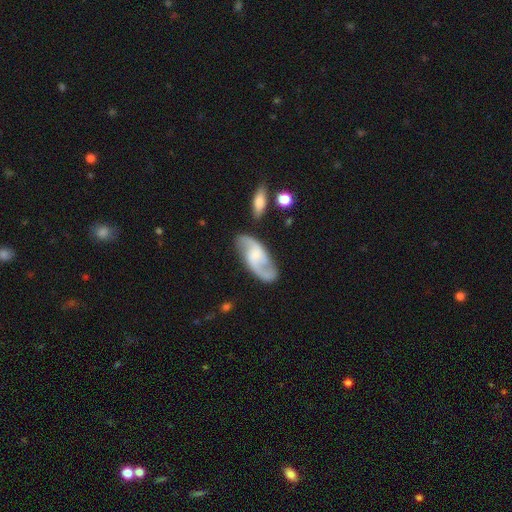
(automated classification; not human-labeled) A featured or disk galaxy (81%) with no bar (44%, tied with weak), 2 (91%) loose (48%) spiral arms (96%) and a small central bulge (36%). Merging: none (76%).